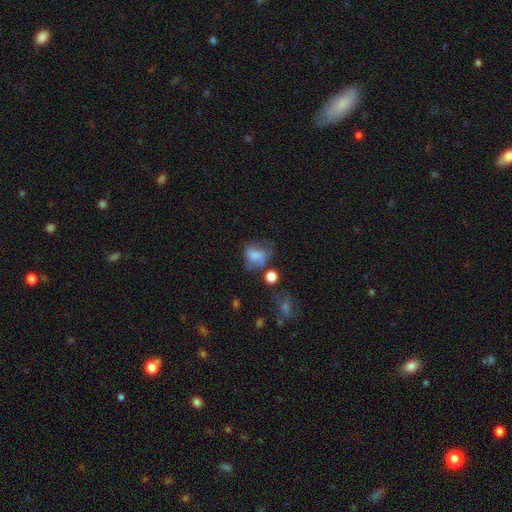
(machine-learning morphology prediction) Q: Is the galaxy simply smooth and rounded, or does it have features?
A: smooth — 60%.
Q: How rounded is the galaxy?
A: in between — 51%.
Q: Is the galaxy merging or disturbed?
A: none — 34%.